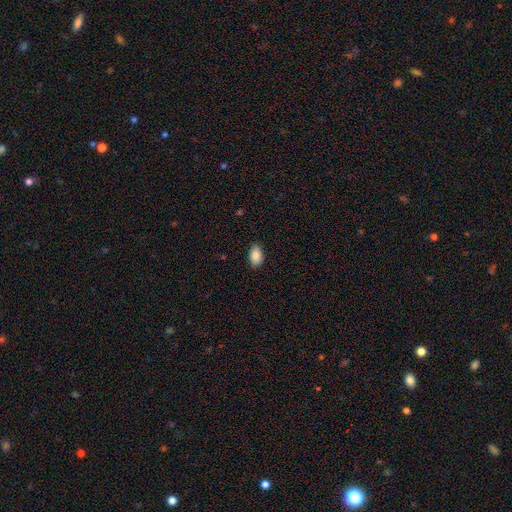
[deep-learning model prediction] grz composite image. It shows a smooth galaxy with no disk features (87%) that is in between round and cigar-shaped (91%). Merging: none (86%).